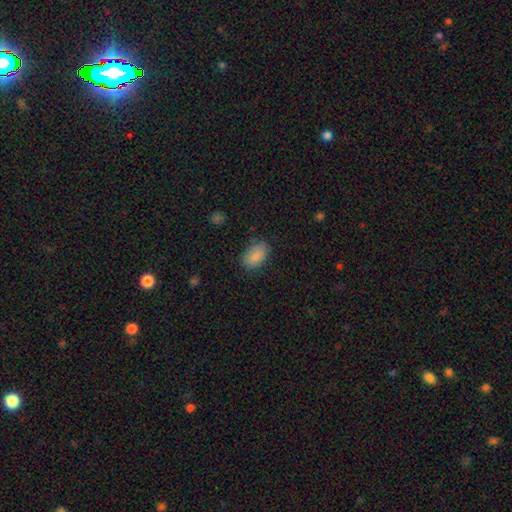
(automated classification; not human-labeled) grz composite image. It shows a smooth galaxy with no disk features (87%) that is in between round and cigar-shaped (92%). Merging: none (77%).